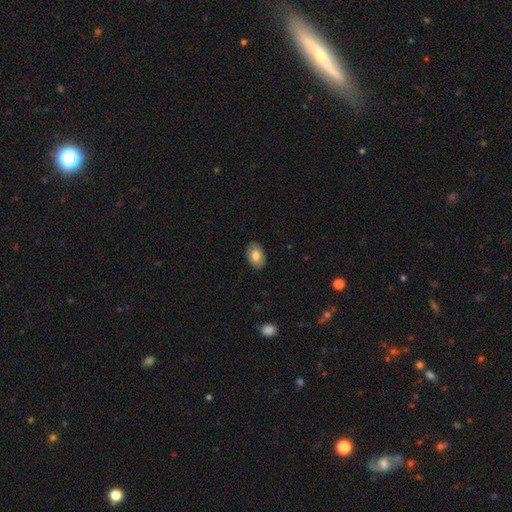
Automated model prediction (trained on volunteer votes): Smooth or featured? smooth (79%)
How rounded? in between (89%)
Merging? none (88%)